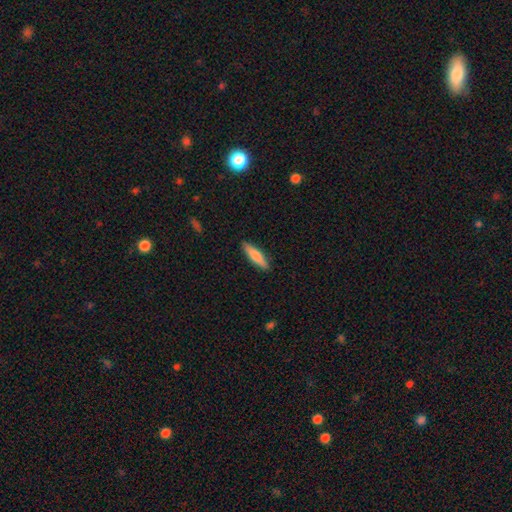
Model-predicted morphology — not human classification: A smooth galaxy with no disk features (76%) that is cigar-shaped (71%). Merging: none (89%).